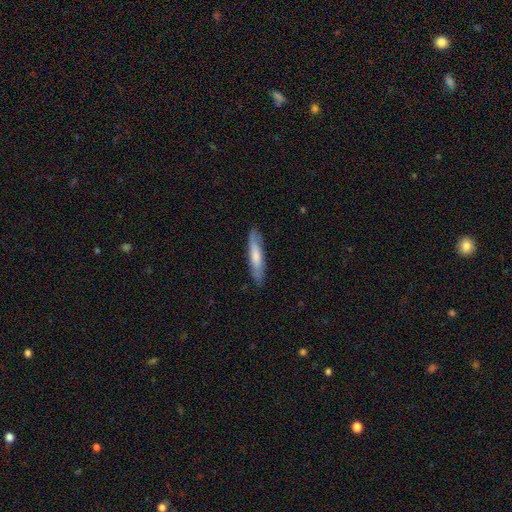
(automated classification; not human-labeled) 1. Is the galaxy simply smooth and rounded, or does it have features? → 64% smooth, 31% featured or disk, 5% star or artifact.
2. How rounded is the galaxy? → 82% cigar-shaped, 17% in between, 1% round.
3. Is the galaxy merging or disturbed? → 83% none, 13% minor disturbance, 3% major disturbance, 1% merger.